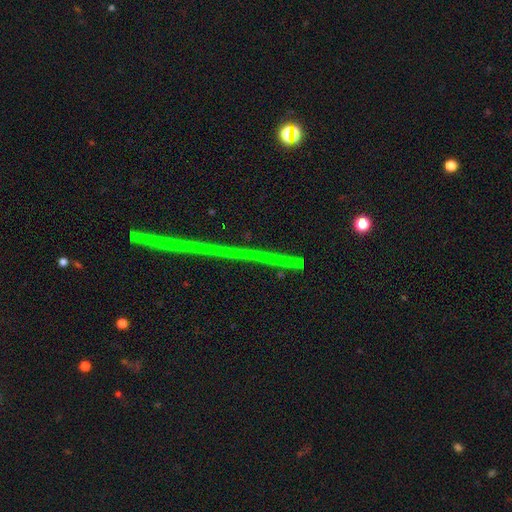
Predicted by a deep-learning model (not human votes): smooth-or-featured: star or artifact: 64% | featured or disk: 23% | smooth: 13%